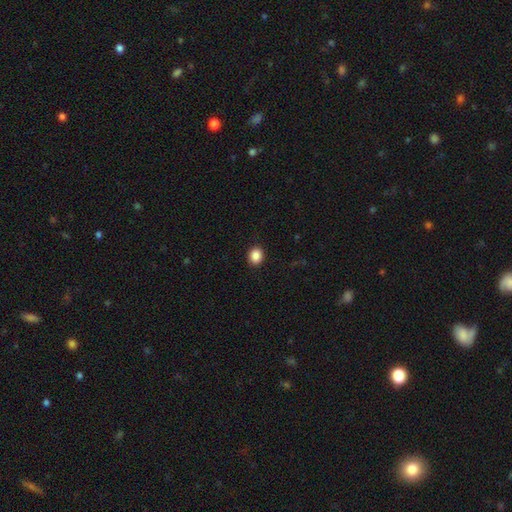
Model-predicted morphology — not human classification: smooth-or-featured: smooth: 88% | star or artifact: 9% | featured or disk: 3%
  how-rounded: round: 69% | in between: 30% | cigar-shaped: 1%
  merging: none: 92% | minor disturbance: 6% | major disturbance: 2% | merger: 1%